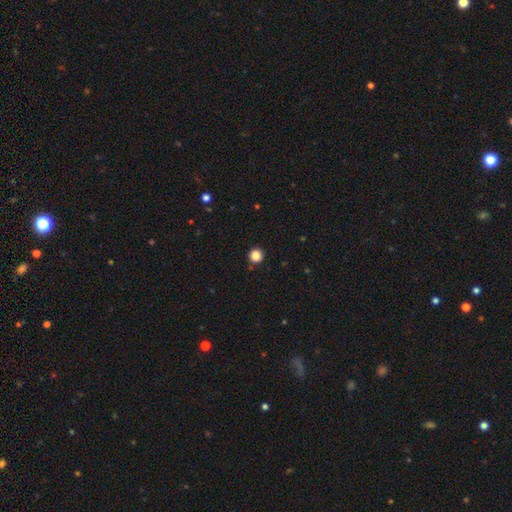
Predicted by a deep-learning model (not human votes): smooth-or-featured: smooth: 86% | star or artifact: 12% | featured or disk: 3%
  how-rounded: round: 95% | in between: 4% | cigar-shaped: 1%
  merging: none: 91% | minor disturbance: 5% | major disturbance: 2% | merger: 2%